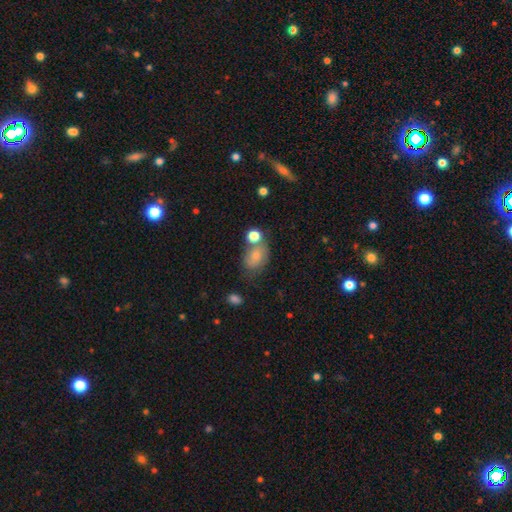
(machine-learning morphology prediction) The model was most divided on "merging": none: 45%, merger: 23%, minor disturbance: 21%, major disturbance: 10%. More confident: smooth or featured — smooth (71%); how rounded — in between (67%).